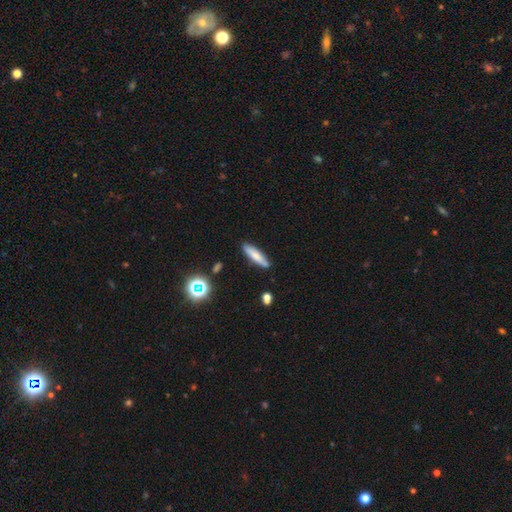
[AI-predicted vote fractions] Smooth or featured? smooth (71%)
How rounded? cigar-shaped (76%)
Merging? none (84%)